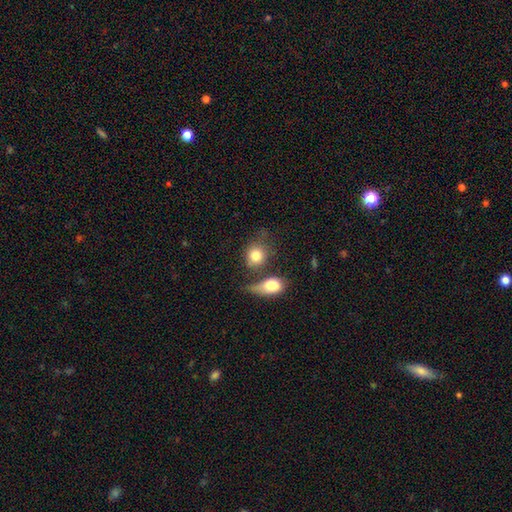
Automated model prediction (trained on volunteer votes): Q: Smooth or featured?
A: smooth (80%); runner-up: featured or disk (11%)
Q: How rounded?
A: round (65%); runner-up: in between (33%)
Q: Merging?
A: none (43%); runner-up: merger (33%)